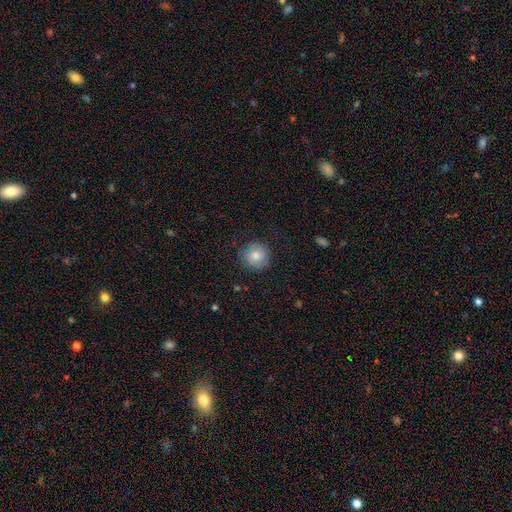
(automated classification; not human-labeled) Overall: smooth (79%). How rounded: round (93%). Merging: none (84%).